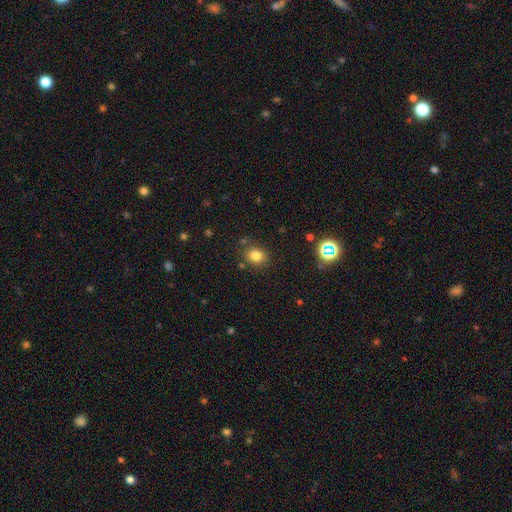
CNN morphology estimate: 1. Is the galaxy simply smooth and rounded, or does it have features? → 80% smooth, 13% star or artifact, 6% featured or disk.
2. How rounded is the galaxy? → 62% round, 37% in between, 1% cigar-shaped.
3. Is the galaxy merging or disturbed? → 81% none, 12% minor disturbance, 4% merger, 3% major disturbance.